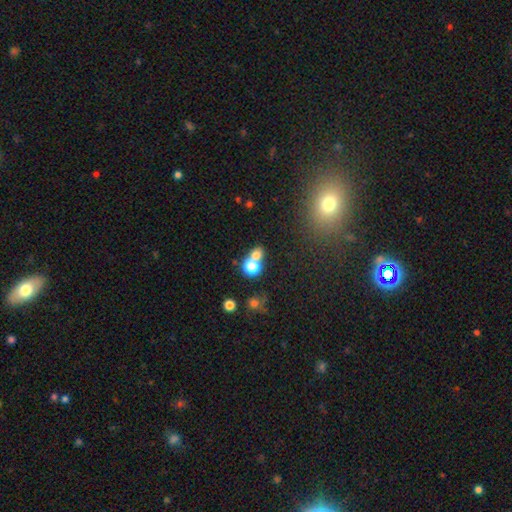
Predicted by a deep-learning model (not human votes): A smooth galaxy with no disk features (71%) that is round (70%). Merging: merger (51%).